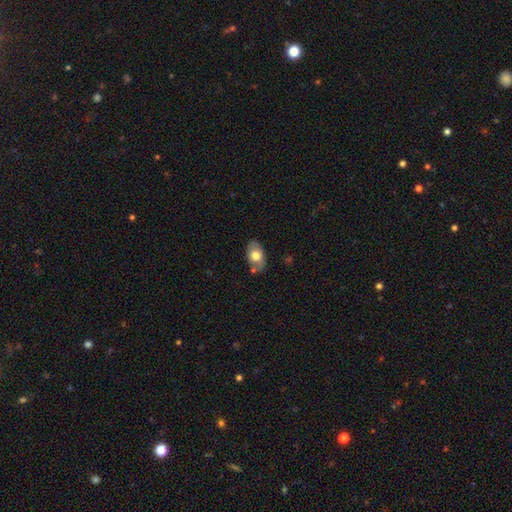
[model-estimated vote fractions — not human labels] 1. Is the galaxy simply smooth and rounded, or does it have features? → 71% smooth, 23% featured or disk, 7% star or artifact.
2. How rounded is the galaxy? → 89% in between, 9% round, 2% cigar-shaped.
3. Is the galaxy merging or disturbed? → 73% none, 18% minor disturbance, 6% merger, 4% major disturbance.